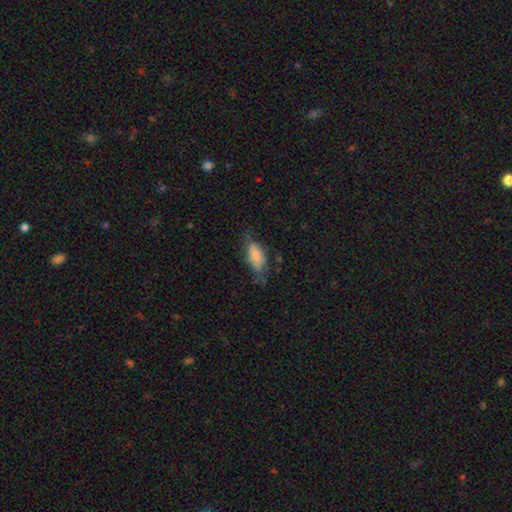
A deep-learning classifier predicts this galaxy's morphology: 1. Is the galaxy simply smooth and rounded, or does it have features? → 74% smooth, 19% featured or disk, 7% star or artifact.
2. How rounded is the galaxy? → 88% in between, 10% cigar-shaped, 3% round.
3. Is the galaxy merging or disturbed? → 47% none, 34% minor disturbance, 18% major disturbance, 2% merger.